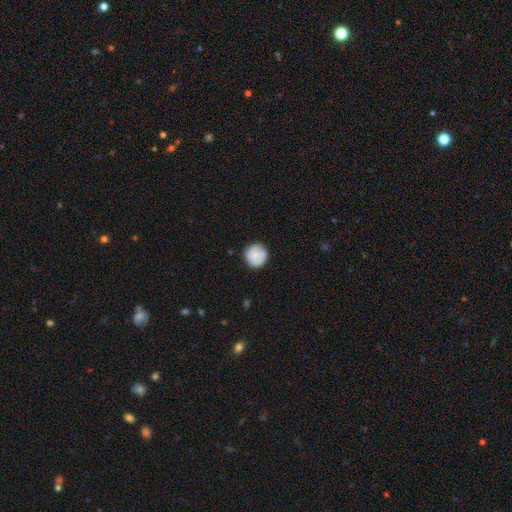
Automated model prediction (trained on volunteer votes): Smooth or featured? smooth (72%)
How rounded? round (93%)
Merging? none (84%)